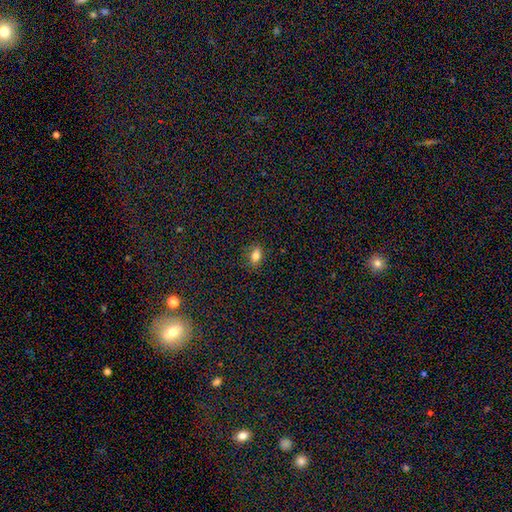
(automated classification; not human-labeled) Q: Smooth or featured?
A: smooth (80%); runner-up: star or artifact (12%)
Q: How rounded?
A: in between (80%); runner-up: round (17%)
Q: Merging?
A: none (82%); runner-up: minor disturbance (14%)